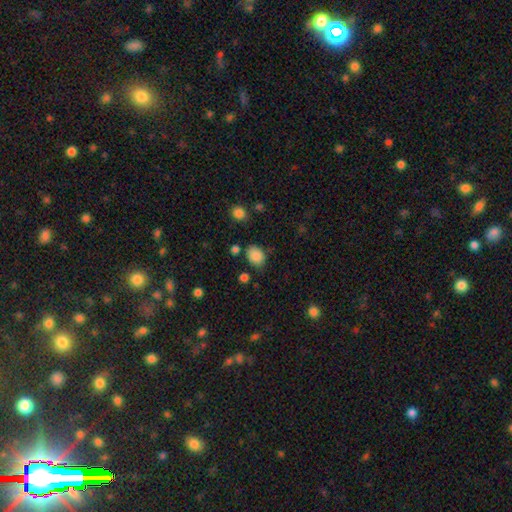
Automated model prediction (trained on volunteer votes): Overall: smooth (85%). How rounded: in between (63%; round 36%). Merging: none (72%).